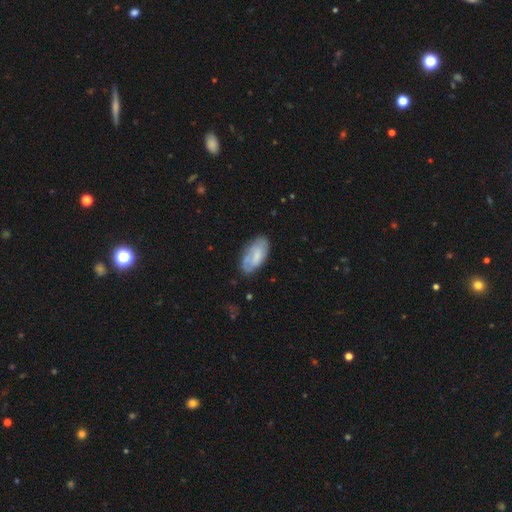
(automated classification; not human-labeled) A smooth galaxy with no disk features (53%) that is in between round and cigar-shaped (93%). Merging: none (68%).